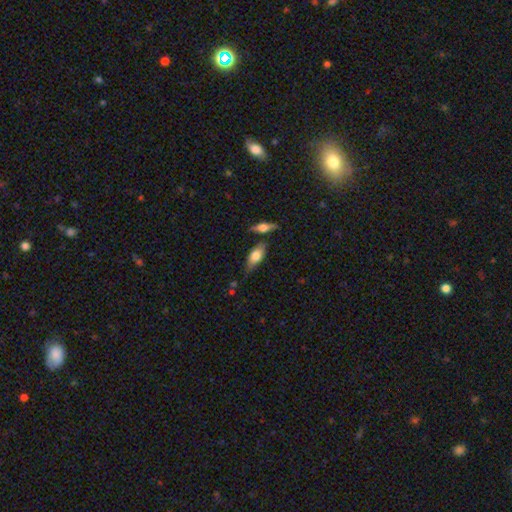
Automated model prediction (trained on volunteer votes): This is likely a smooth galaxy (69%). How rounded: likely in between (79%). Merging: likely none (62%).